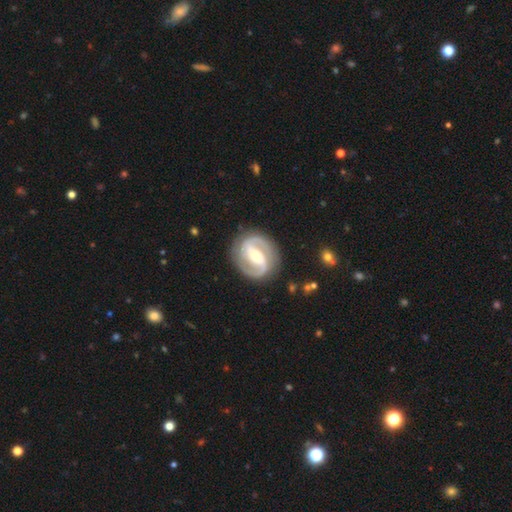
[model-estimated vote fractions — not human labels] Smooth or featured: featured or disk — 90% (smooth — 7%)
Edge-on disk: no — 98% (yes — 2%)
Bar: strong — 48% (weak — 34%)
Spiral arms: yes — 96% (no — 4%)
Spiral winding: medium — 49% (tight — 38%)
Spiral arm count: 2 — 92% (can't tell — 3%)
Bulge size: moderate — 55% (small — 40%)
Merging: none — 86% (minor disturbance — 10%)